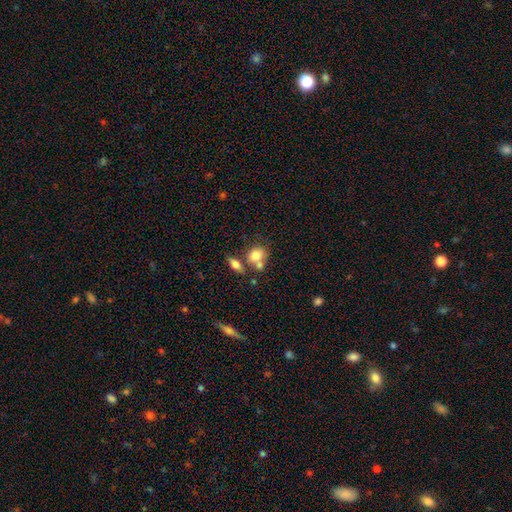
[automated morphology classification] Smooth or featured: smooth — 78% (featured or disk — 13%)
How rounded: round — 53% (in between — 45%)
Merging: none — 44% (merger — 39%)